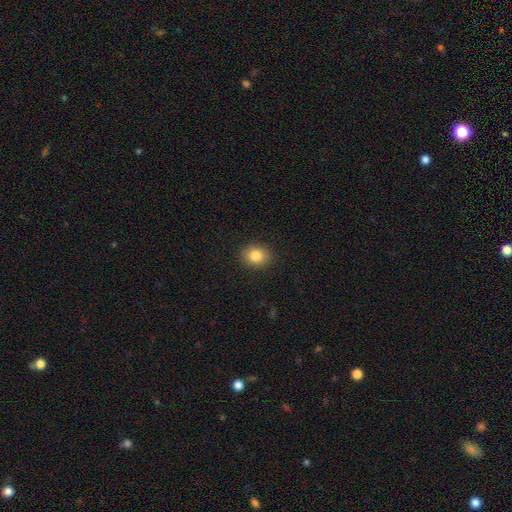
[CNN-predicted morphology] This appears to be a smooth galaxy with no disk features (83%) that is round (61%). Merging: none (90%).